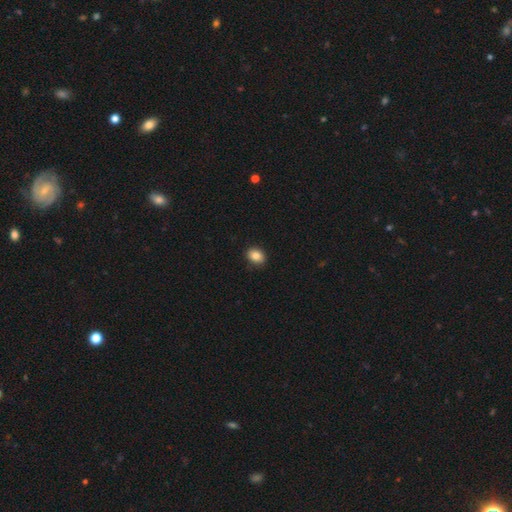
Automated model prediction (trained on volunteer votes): This appears to be a smooth galaxy with no disk features (85%) that is in between round and cigar-shaped (65%). Merging: none (89%).